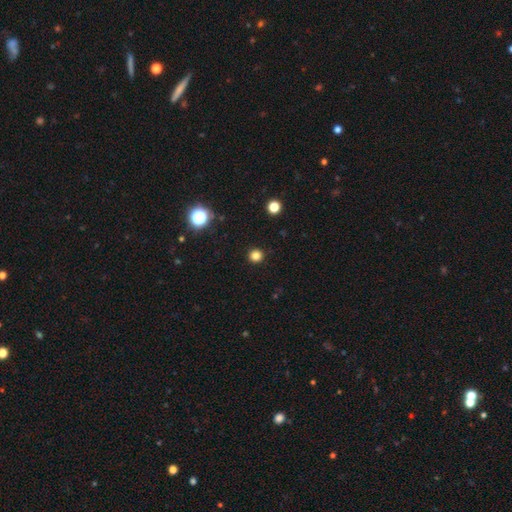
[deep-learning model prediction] This is clearly a smooth galaxy (82%). How rounded: clearly round (95%). Merging: clearly none (93%).